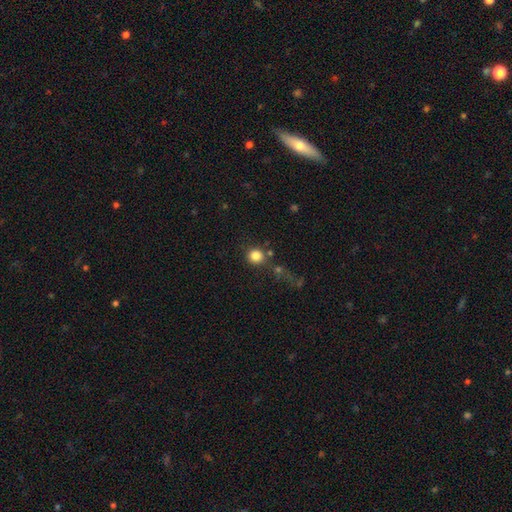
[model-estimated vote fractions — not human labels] The model was most divided on "merging": none: 73%, merger: 12%, minor disturbance: 9%, major disturbance: 6%. More confident: how rounded — round (92%); smooth or featured — smooth (83%).